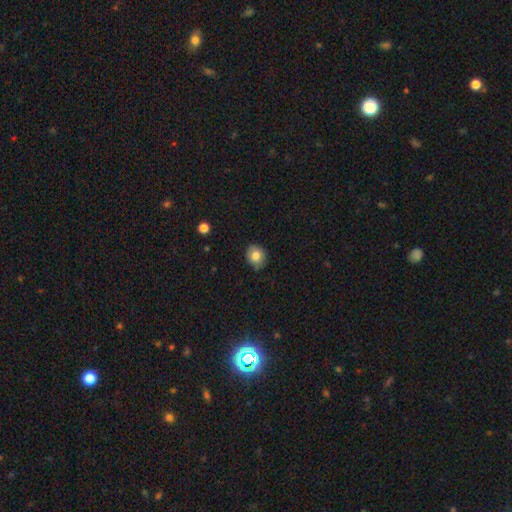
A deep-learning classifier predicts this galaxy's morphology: Q: Smooth or featured?
A: smooth (80%); runner-up: featured or disk (10%)
Q: How rounded?
A: round (69%); runner-up: in between (30%)
Q: Merging?
A: none (84%); runner-up: minor disturbance (13%)